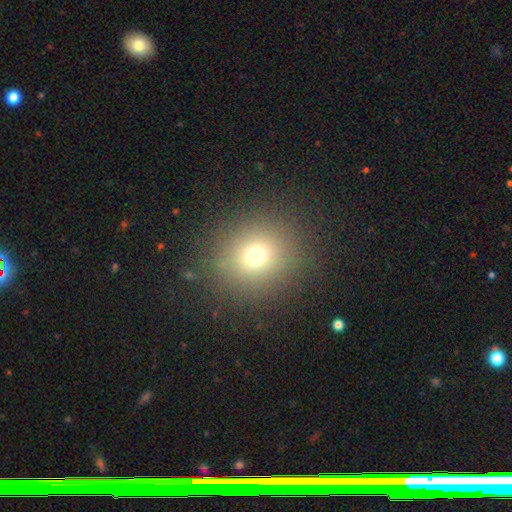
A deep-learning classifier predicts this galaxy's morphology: smooth_or_featured: smooth (p=0.70) [alt: star or artifact p=0.19]
how_rounded: round (p=0.87) [alt: in between p=0.12]
merging: none (p=0.88) [alt: minor disturbance p=0.07]